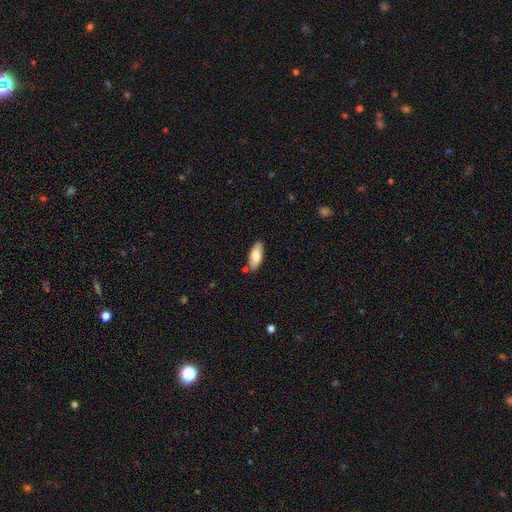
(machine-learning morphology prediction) This appears to be a smooth galaxy with no disk features (76%) that is in between round and cigar-shaped (84%). Merging: none (80%).